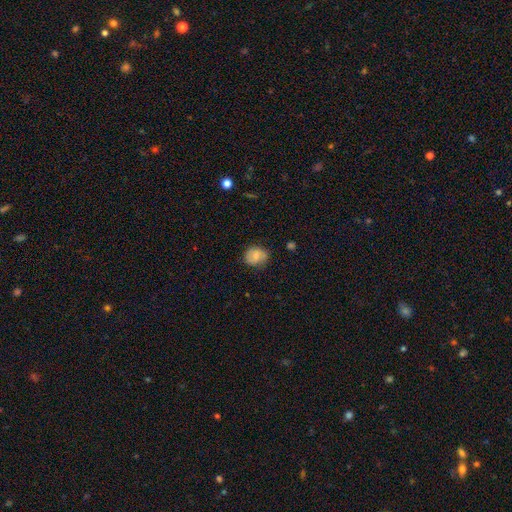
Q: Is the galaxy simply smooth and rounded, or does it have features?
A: smooth — 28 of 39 (72%).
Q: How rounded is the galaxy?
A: round — 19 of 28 (68%).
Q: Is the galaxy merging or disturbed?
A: none — 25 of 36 (69%).